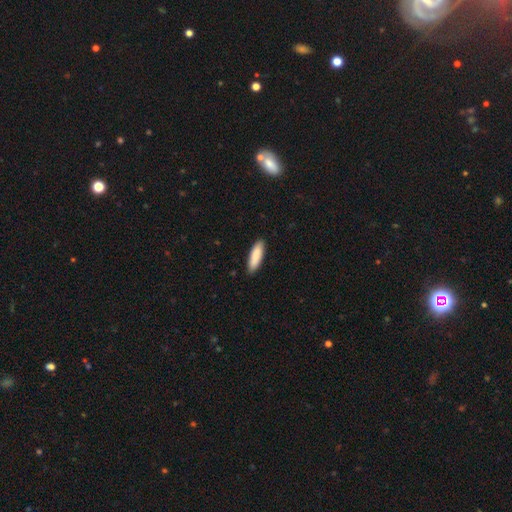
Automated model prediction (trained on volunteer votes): Smooth or featured? Predicted: smooth (p=0.89). How rounded? Predicted: cigar-shaped (p=0.50). Merging? Predicted: none (p=0.88).